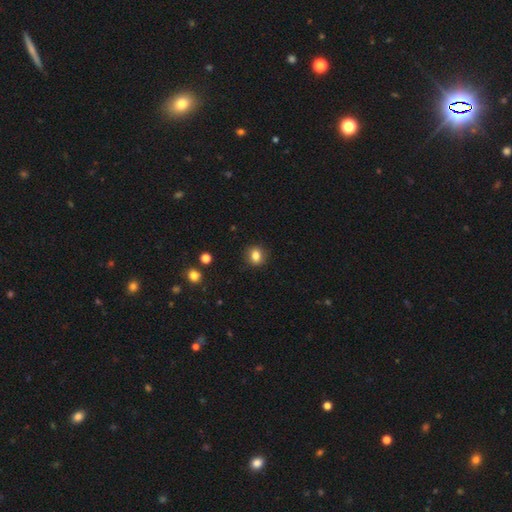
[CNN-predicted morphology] A smooth galaxy with no disk features (82%) that is round (65%). Merging: none (88%).